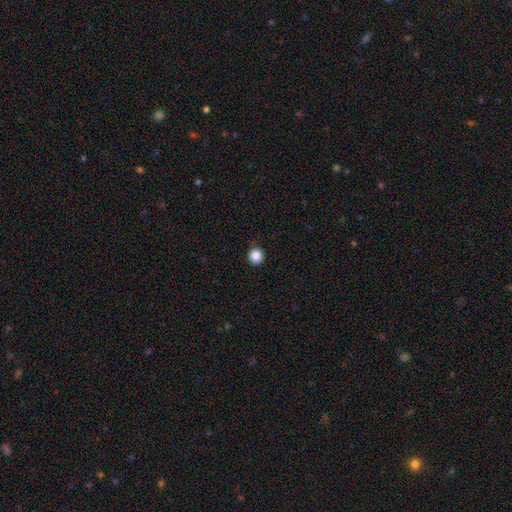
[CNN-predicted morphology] Smooth or featured? Predicted: smooth (p=0.86). How rounded? Predicted: round (p=0.91). Merging? Predicted: none (p=0.89).